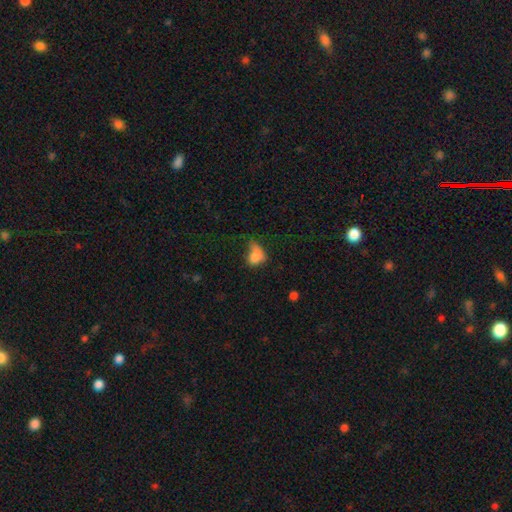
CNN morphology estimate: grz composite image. It shows a smooth galaxy with no disk features (75%) that is in between round and cigar-shaped (75%). Merging: major disturbance (35%).